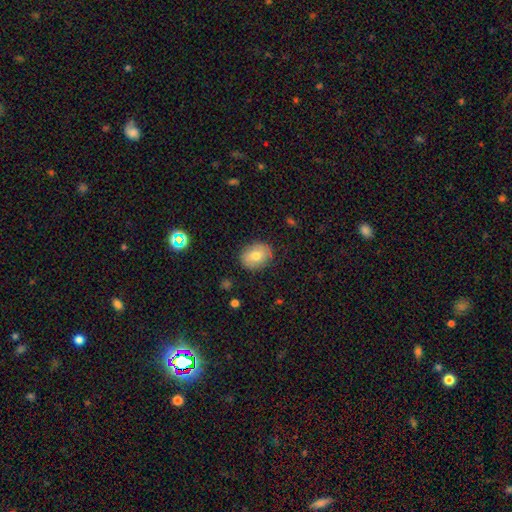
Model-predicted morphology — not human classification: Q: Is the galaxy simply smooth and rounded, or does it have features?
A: smooth — 73%.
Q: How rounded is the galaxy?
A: in between — 51%.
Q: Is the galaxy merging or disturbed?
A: none — 85%.